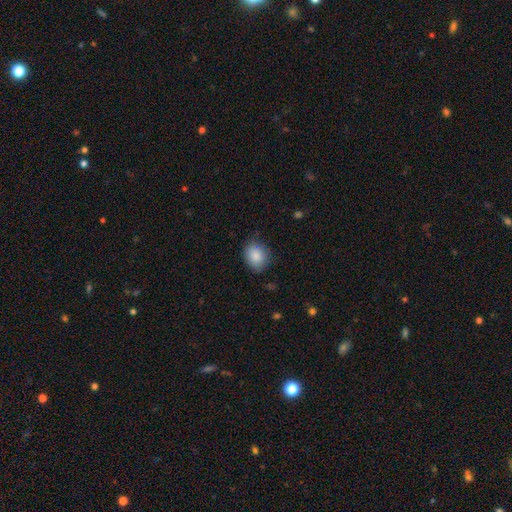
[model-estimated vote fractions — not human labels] Q: Smooth or featured?
A: smooth (87%); runner-up: star or artifact (8%)
Q: How rounded?
A: round (53%); runner-up: in between (47%)
Q: Merging?
A: none (78%); runner-up: minor disturbance (18%)